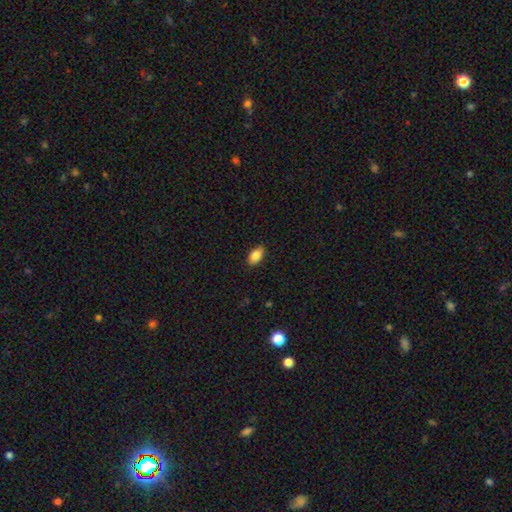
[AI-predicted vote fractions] Smooth or featured?
  - smooth: 86% *
  - star or artifact: 8%
  - featured or disk: 6%
How rounded?
  - in between: 91% *
  - round: 5%
  - cigar-shaped: 3%
Merging?
  - none: 88% *
  - minor disturbance: 9%
  - major disturbance: 2%
  - merger: 1%